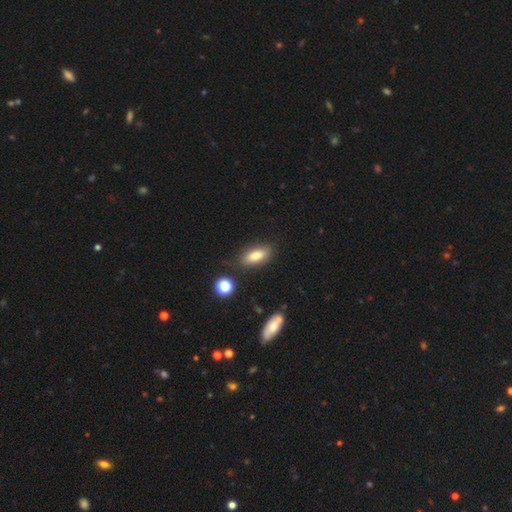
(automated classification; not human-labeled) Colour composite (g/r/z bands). It shows a smooth galaxy with no disk features (80%) that is in between round and cigar-shaped (80%). Merging: none (80%).